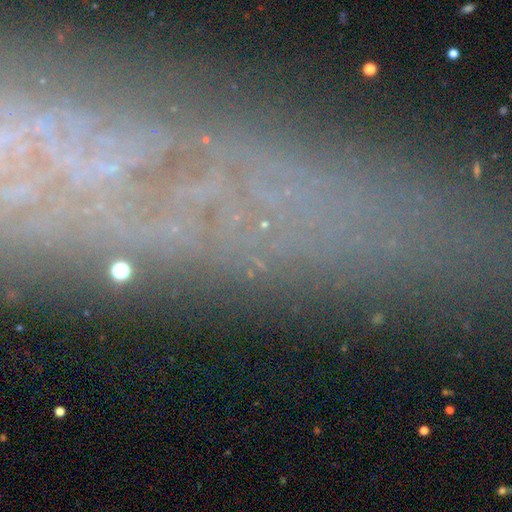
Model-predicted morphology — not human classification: Overall: featured or disk (40%; star or artifact 39%). Merging: none (69%).